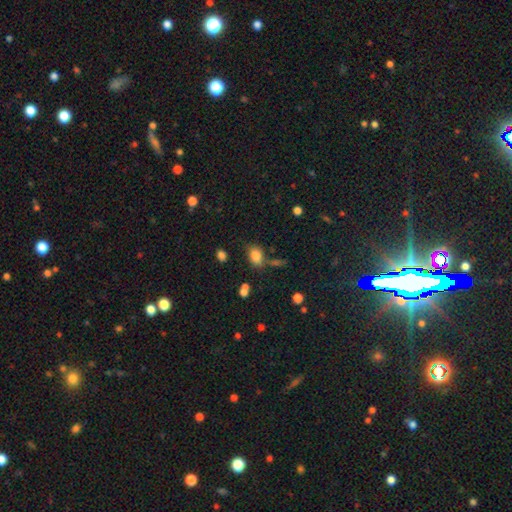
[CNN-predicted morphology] Overall: smooth (83%). How rounded: in between (82%). Merging: none (61%).